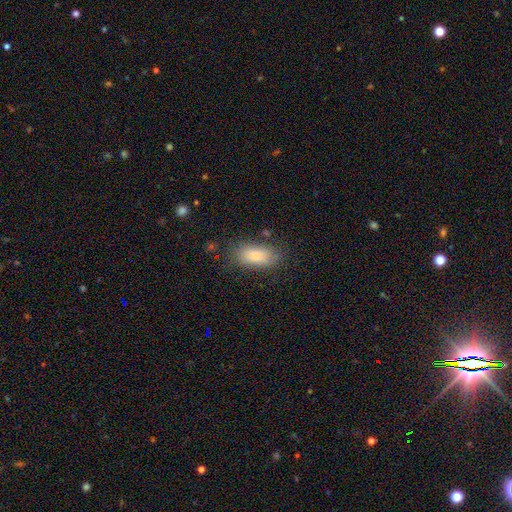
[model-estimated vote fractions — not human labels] A smooth galaxy with no disk features (84%) that is in between round and cigar-shaped (88%). Merging: none (74%).